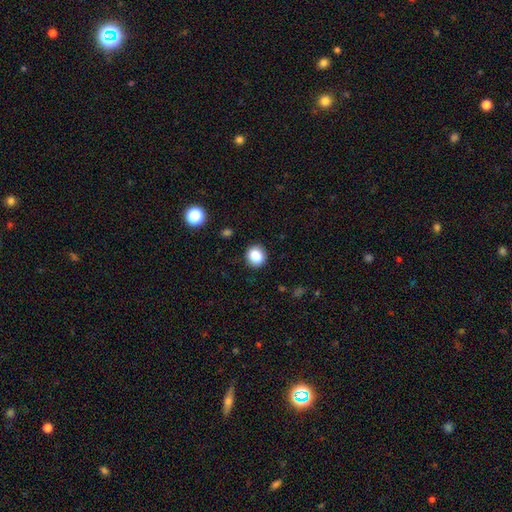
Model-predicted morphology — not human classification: smooth-or-featured: smooth: 85% | star or artifact: 10% | featured or disk: 5%
  how-rounded: round: 77% | in between: 22% | cigar-shaped: 1%
  merging: none: 89% | minor disturbance: 8% | major disturbance: 2% | merger: 1%